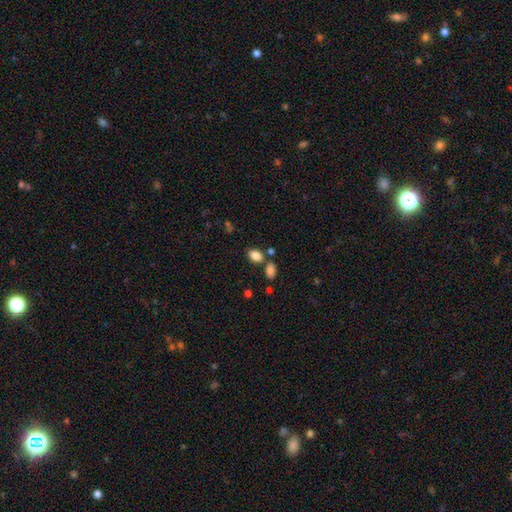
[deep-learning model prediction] A smooth galaxy with no disk features (85%) that is in between round and cigar-shaped (85%).

Vote fractions:
- Smooth or featured? smooth: 85% / star or artifact: 9% / featured or disk: 5%
- How rounded? in between: 85% / round: 13% / cigar-shaped: 2%
- Merging? none: 66% / merger: 18% / minor disturbance: 12% / major disturbance: 4%